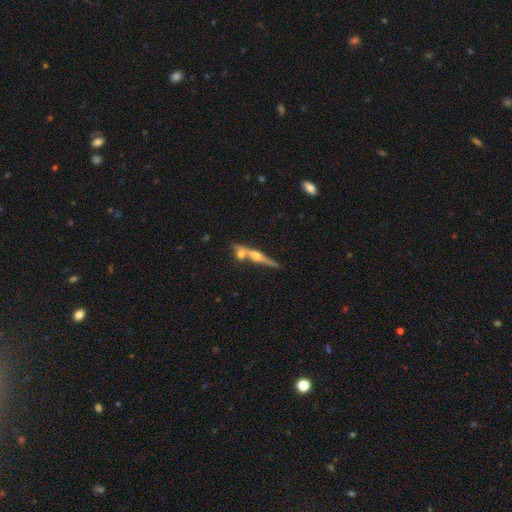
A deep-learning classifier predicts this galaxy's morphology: Q: Smooth or featured?
A: featured or disk (70%); runner-up: smooth (24%)
Q: Edge-on disk?
A: yes (96%); runner-up: no (4%)
Q: Edge-on bulge?
A: rounded (92%); runner-up: none (4%)
Q: Merging?
A: none (62%); runner-up: merger (25%)